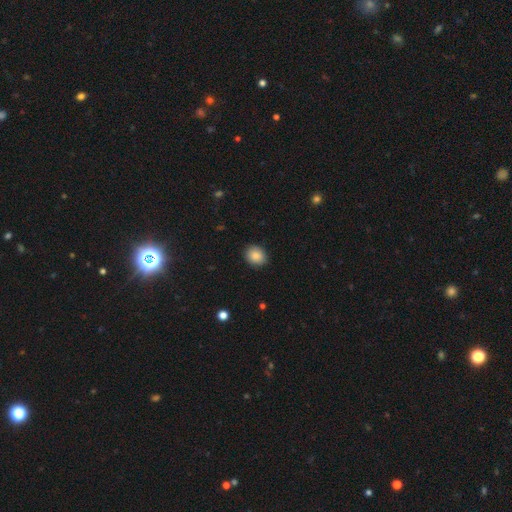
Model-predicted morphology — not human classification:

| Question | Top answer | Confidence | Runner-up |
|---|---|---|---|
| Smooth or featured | smooth | 87% | star or artifact (9%) |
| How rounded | round | 63% | in between (36%) |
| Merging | none | 89% | minor disturbance (8%) |